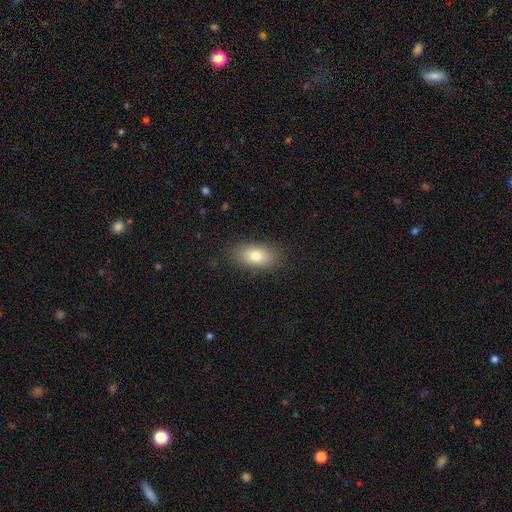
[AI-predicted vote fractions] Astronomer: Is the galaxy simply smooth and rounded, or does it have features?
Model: smooth — 80%.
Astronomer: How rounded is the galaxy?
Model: in between — 89%.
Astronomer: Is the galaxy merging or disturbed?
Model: none — 86%.